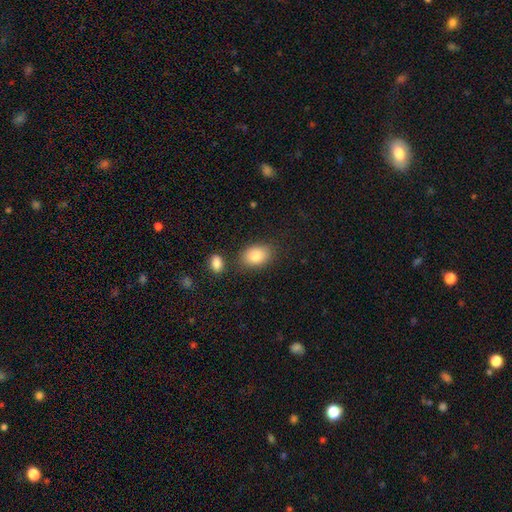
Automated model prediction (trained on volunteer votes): This appears to be a smooth galaxy with no disk features (83%) that is in between round and cigar-shaped (81%). Merging: none (78%).